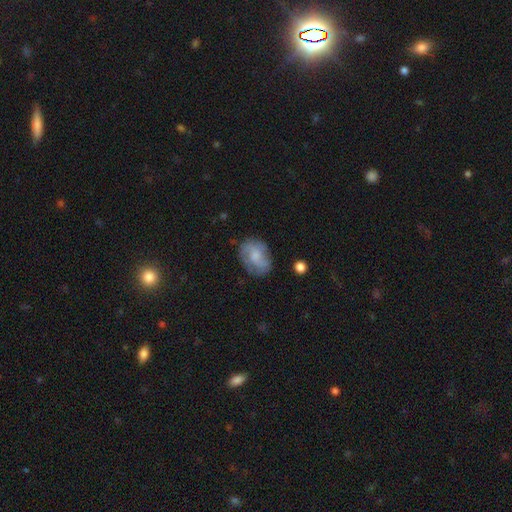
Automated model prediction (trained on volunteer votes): Q: Smooth or featured?
A: featured or disk (48%); runner-up: smooth (44%)
Q: Merging?
A: none (65%); runner-up: minor disturbance (23%)